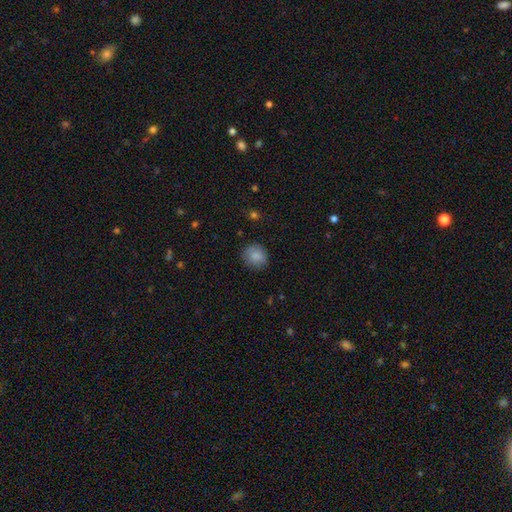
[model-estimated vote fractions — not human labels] This is clearly a smooth galaxy (84%). How rounded: likely round (80%). Merging: clearly none (81%).